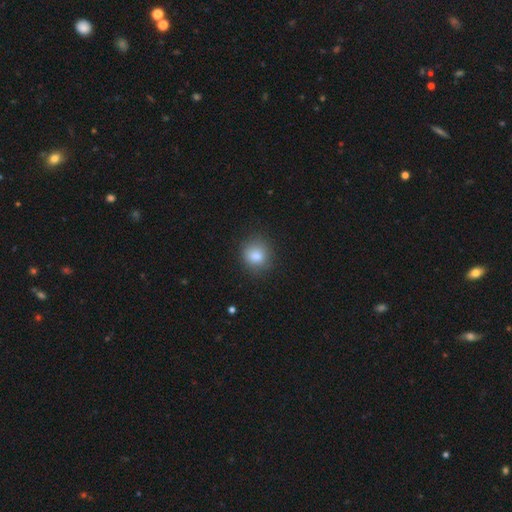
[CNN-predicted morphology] The model was most divided on "how rounded": round: 83%, in between: 16%, cigar-shaped: 1%. More confident: smooth or featured — smooth (84%); merging — none (83%).